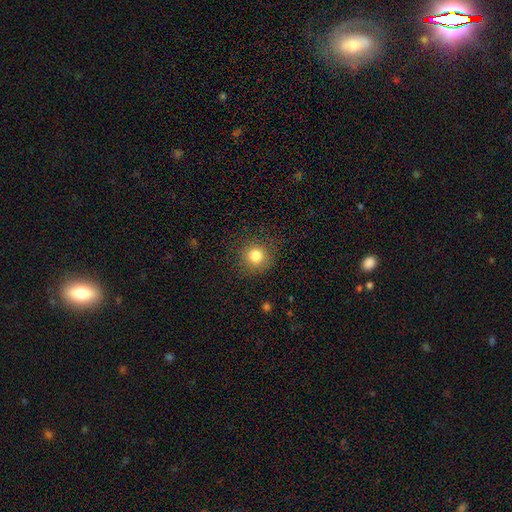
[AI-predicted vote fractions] Morphology: type=smooth (81%); roundness=round (92%); merging=none (88%).